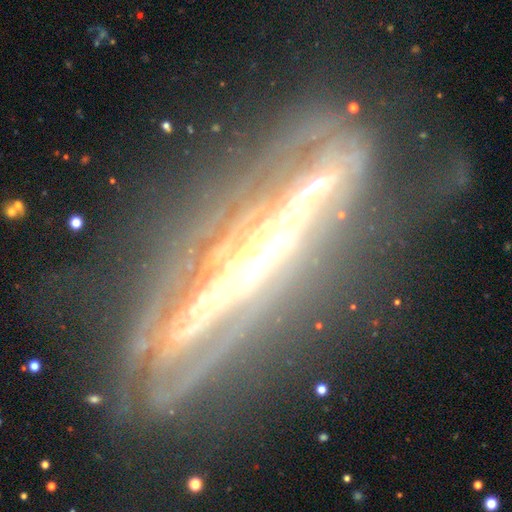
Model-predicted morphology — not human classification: This is clearly a featured or disk galaxy (87%). It is clearly viewed edge-on (81%). Edge-on bulge: likely rounded (71%). Merging: likely none (67%).